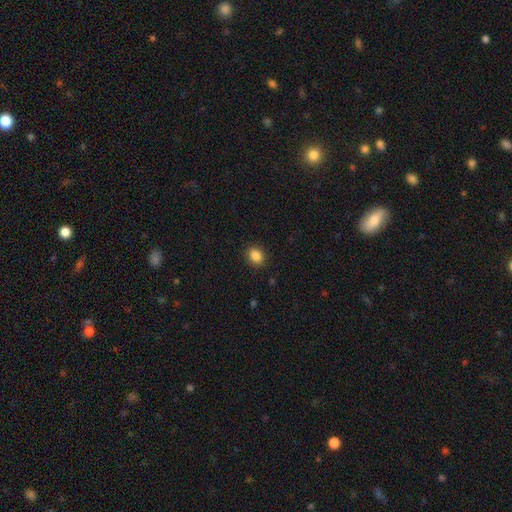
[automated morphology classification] This appears to be a smooth galaxy with no disk features (87%) that is in between round and cigar-shaped (55%). Merging: none (89%).